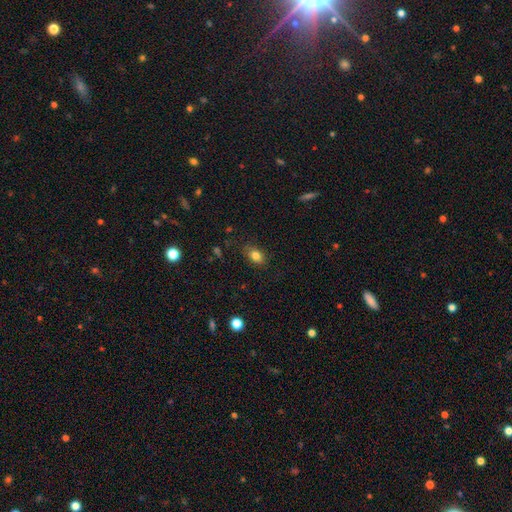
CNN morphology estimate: smooth_or_featured: smooth (p=0.82) [alt: star or artifact p=0.11]
how_rounded: in between (p=0.73) [alt: round p=0.25]
merging: none (p=0.81) [alt: minor disturbance p=0.14]